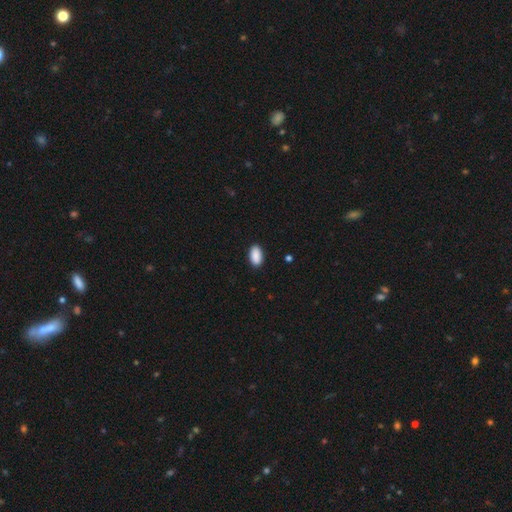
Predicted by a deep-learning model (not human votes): Smooth or featured? smooth (91%)
How rounded? in between (94%)
Merging? none (89%)